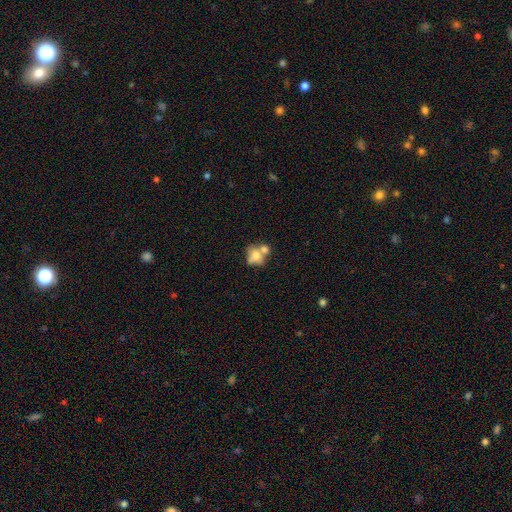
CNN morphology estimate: The model was most divided on "how rounded": in between: 52%, round: 46%, cigar-shaped: 2%. More confident: smooth or featured — smooth (63%); merging — merger (54%).